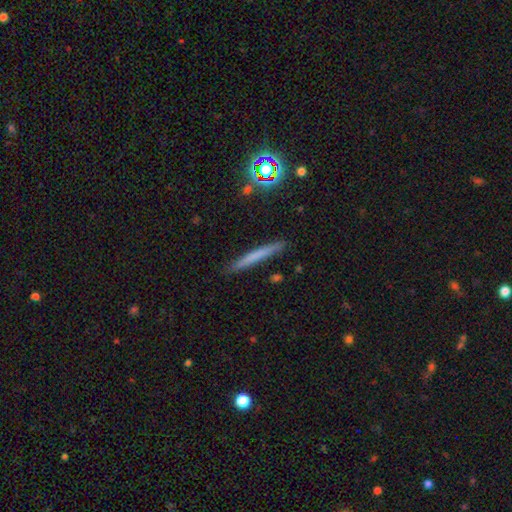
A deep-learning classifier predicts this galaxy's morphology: Overall: smooth (62%; featured or disk 28%). How rounded: cigar-shaped (96%). Merging: none (89%).